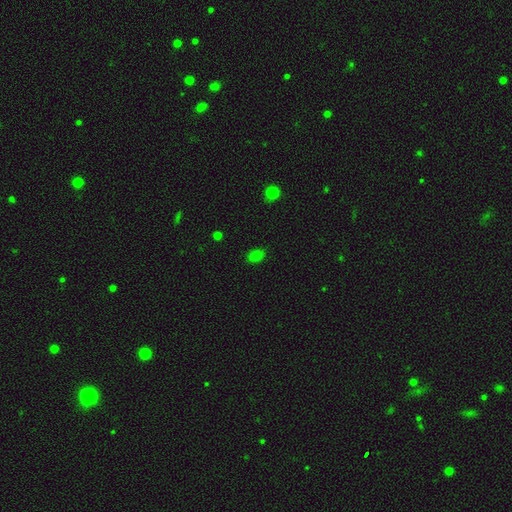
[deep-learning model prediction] Smooth or featured? Predicted: smooth (p=0.77). How rounded? Predicted: in between (p=0.77). Merging? Predicted: none (p=0.81).